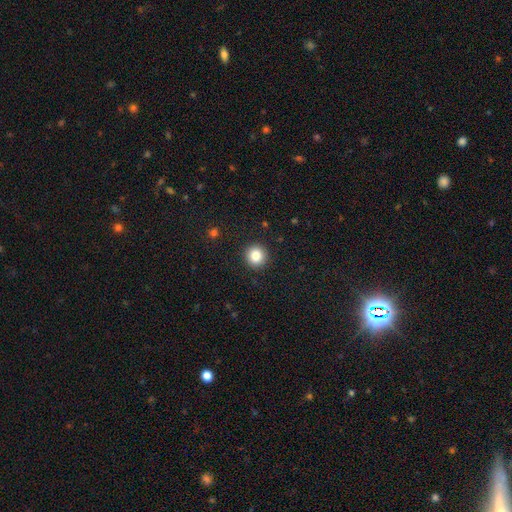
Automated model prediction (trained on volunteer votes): smooth_or_featured: smooth (p=0.84) [alt: star or artifact p=0.10]
how_rounded: round (p=0.95) [alt: in between p=0.04]
merging: none (p=0.92) [alt: minor disturbance p=0.05]